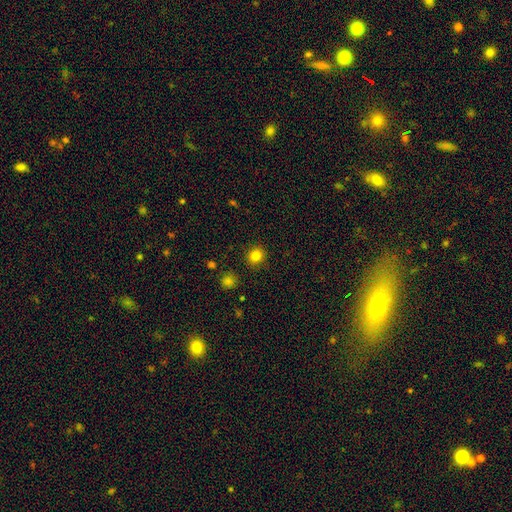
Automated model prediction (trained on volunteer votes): This is clearly a smooth galaxy (82%). How rounded: clearly round (88%). Merging: clearly none (91%).